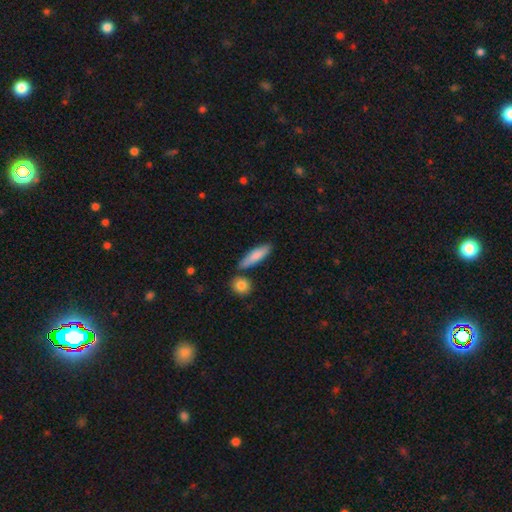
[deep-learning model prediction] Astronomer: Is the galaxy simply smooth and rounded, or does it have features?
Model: smooth — 80%.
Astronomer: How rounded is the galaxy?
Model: cigar-shaped — 62%.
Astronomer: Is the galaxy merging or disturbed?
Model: none — 75%.